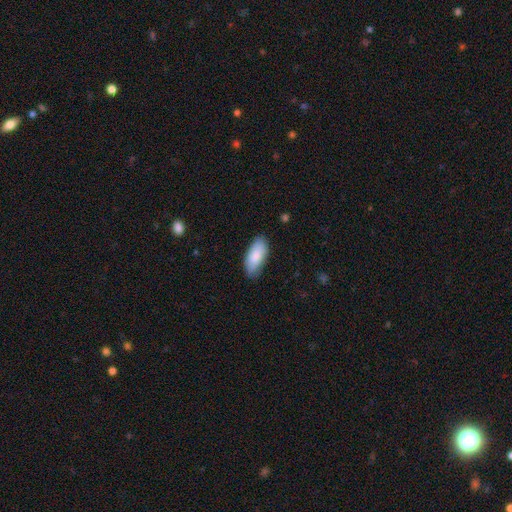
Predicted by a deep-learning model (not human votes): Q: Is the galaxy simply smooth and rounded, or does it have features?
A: smooth — 86%.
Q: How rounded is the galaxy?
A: in between — 88%.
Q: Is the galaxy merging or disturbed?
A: none — 81%.